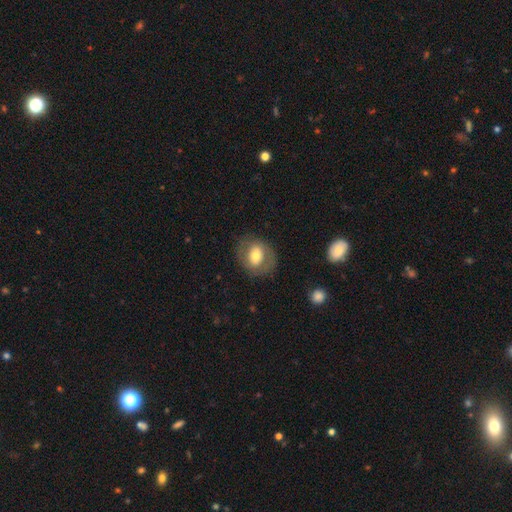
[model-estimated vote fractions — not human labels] Smooth or featured? smooth (57%)
How rounded? round (56%)
Merging? none (76%)